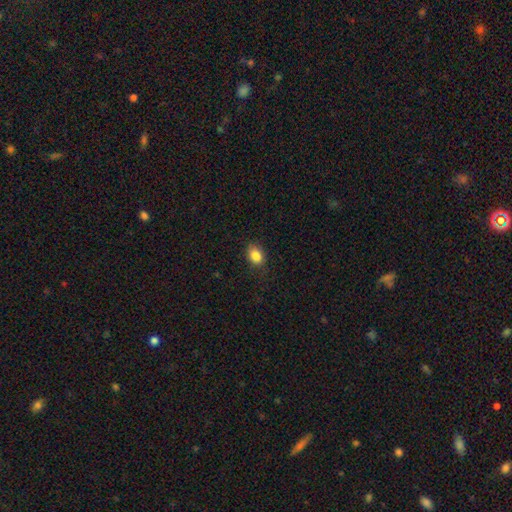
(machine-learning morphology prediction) A smooth galaxy with no disk features (86%) that is in between round and cigar-shaped (68%). Merging: none (82%).